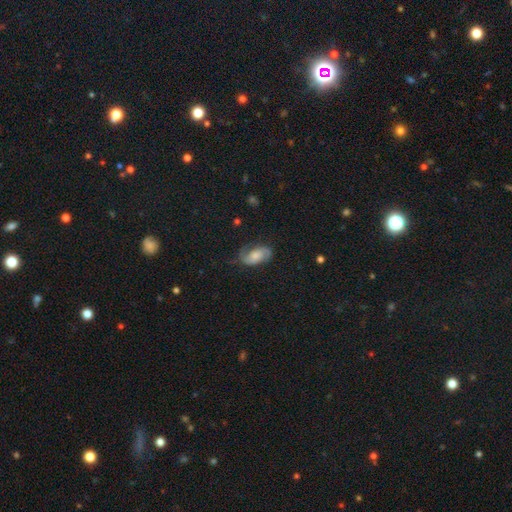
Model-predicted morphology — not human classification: type=featured or disk (68%); edge-on=no (96%); bar=no (63%); spiral arms=yes (93%); winding=medium (46%); arm count=2 (85%); bulge=moderate (33%); merging=none (66%).